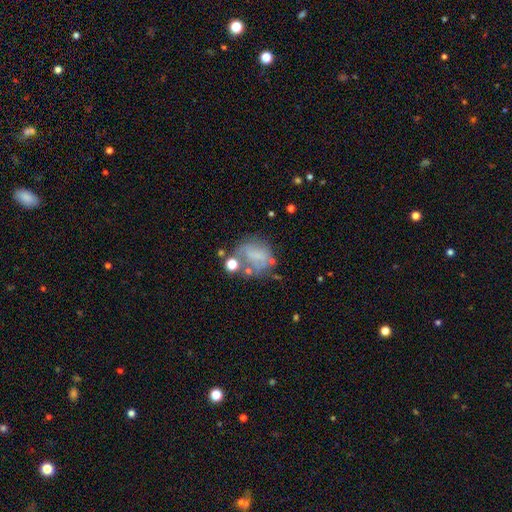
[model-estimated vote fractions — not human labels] This appears to be a smooth galaxy with no disk features (47%). Merging: none (39%).